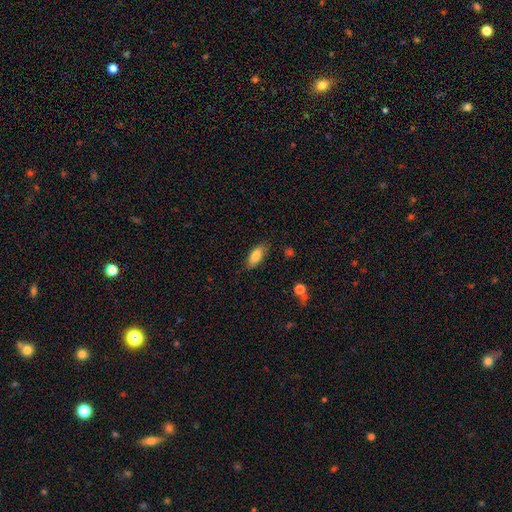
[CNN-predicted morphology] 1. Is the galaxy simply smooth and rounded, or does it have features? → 83% smooth, 10% featured or disk, 7% star or artifact.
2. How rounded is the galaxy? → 84% in between, 13% cigar-shaped, 3% round.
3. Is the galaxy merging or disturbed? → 80% none, 16% minor disturbance, 3% major disturbance, 2% merger.